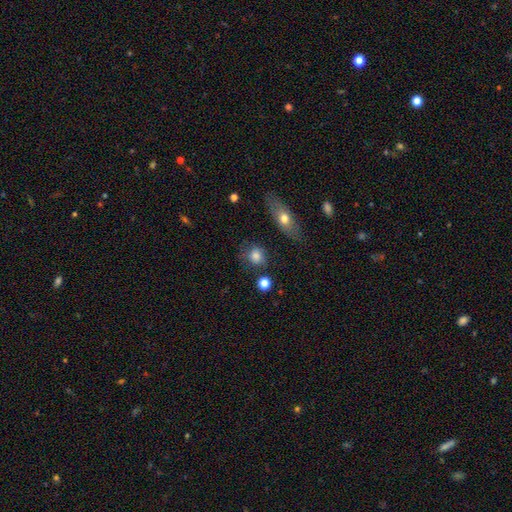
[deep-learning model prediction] A smooth galaxy with no disk features (80%) that is round (72%).

Vote fractions:
- Smooth or featured? smooth: 80% / star or artifact: 10% / featured or disk: 10%
- How rounded? round: 72% / in between: 26% / cigar-shaped: 2%
- Merging? none: 70% / minor disturbance: 17% / merger: 6% / major disturbance: 6%